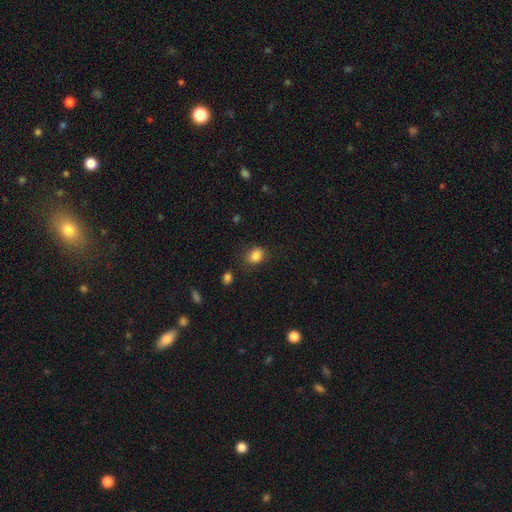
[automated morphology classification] Smooth or featured? smooth (85%)
How rounded? in between (63%)
Merging? none (77%)